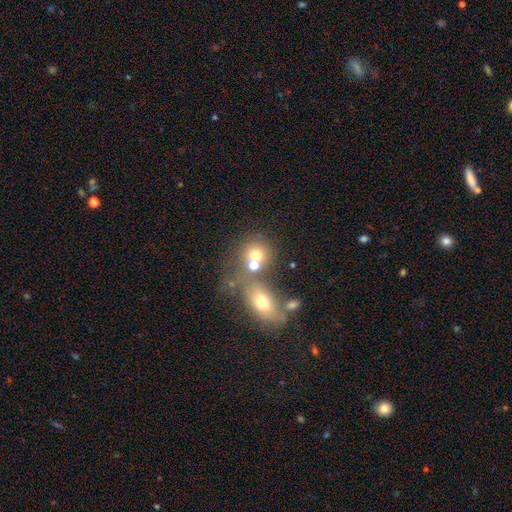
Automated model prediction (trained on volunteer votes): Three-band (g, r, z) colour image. It shows a smooth galaxy with no disk features (67%) that is round (72%). Merging: merger (45%).